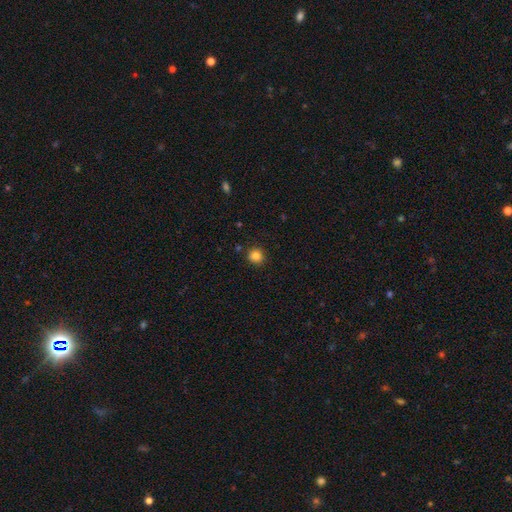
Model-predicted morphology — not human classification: Q: Smooth or featured?
A: smooth (84%); runner-up: star or artifact (12%)
Q: How rounded?
A: round (92%); runner-up: in between (8%)
Q: Merging?
A: none (88%); runner-up: minor disturbance (7%)